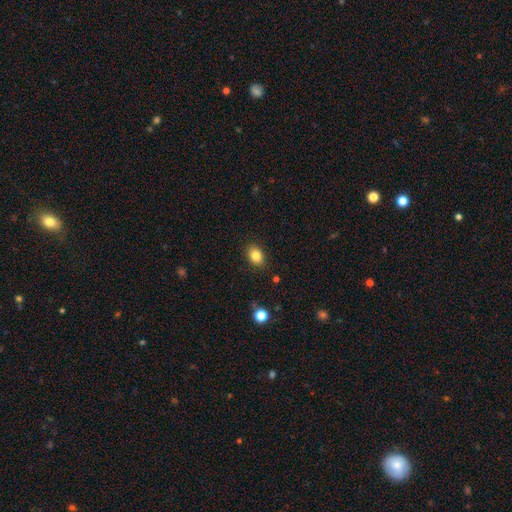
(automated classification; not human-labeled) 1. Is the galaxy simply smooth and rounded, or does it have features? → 84% smooth, 10% star or artifact, 6% featured or disk.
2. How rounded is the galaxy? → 69% in between, 29% round, 1% cigar-shaped.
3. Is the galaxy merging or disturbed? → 86% none, 10% minor disturbance, 2% major disturbance, 1% merger.